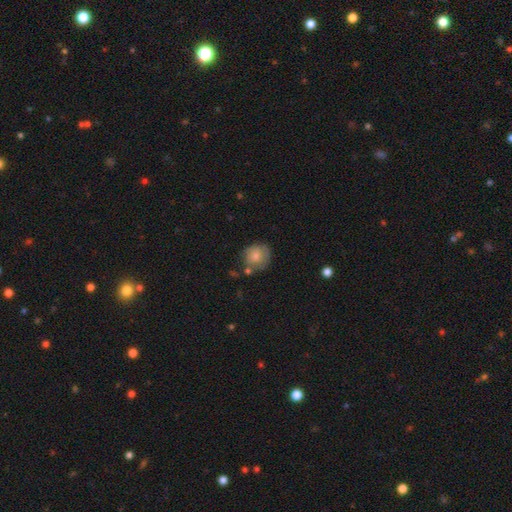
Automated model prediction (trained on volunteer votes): Smooth or featured?
  - smooth: 73% *
  - featured or disk: 19%
  - star or artifact: 7%
How rounded?
  - round: 82% *
  - in between: 17%
  - cigar-shaped: 1%
Merging?
  - none: 60% *
  - minor disturbance: 24%
  - merger: 10%
  - major disturbance: 6%